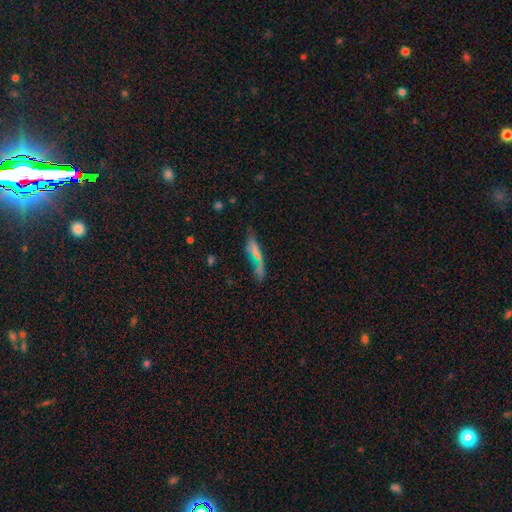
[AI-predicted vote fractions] smooth-or-featured: smooth: 45% (tied) | featured or disk: 45% (tied) | star or artifact: 11%
  merging: none: 46% | minor disturbance: 25% | major disturbance: 19% | merger: 10%